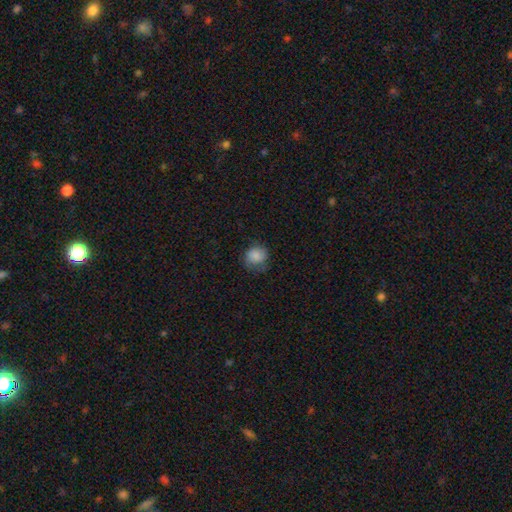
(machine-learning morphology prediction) Smooth or featured? smooth (77%)
How rounded? round (77%)
Merging? none (65%)